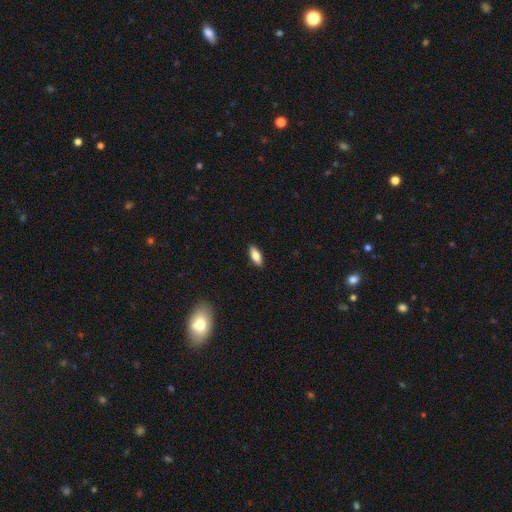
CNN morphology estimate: This is clearly a smooth galaxy (80%). How rounded: likely in between (76%). Merging: clearly none (89%).